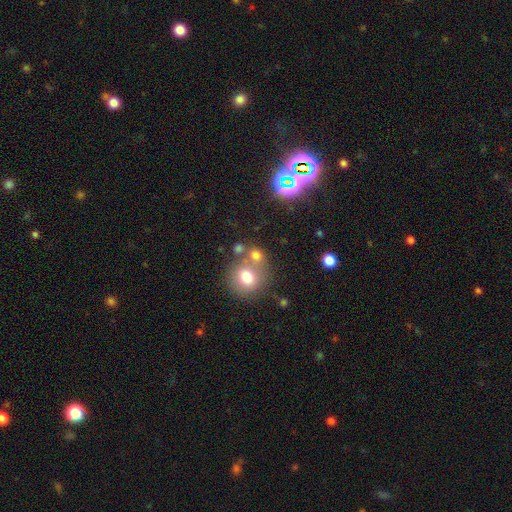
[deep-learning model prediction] Q: Smooth or featured?
A: smooth (69%); runner-up: star or artifact (17%)
Q: How rounded?
A: round (73%); runner-up: in between (25%)
Q: Merging?
A: none (50%); runner-up: merger (34%)